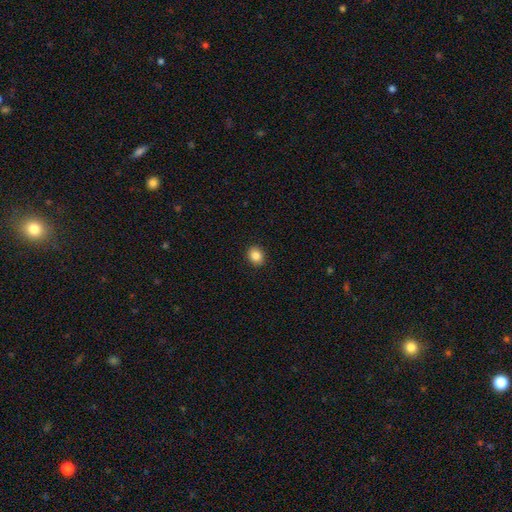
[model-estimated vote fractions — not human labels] Q: Smooth or featured?
A: smooth (86%); runner-up: star or artifact (10%)
Q: How rounded?
A: round (64%); runner-up: in between (35%)
Q: Merging?
A: none (91%); runner-up: minor disturbance (6%)